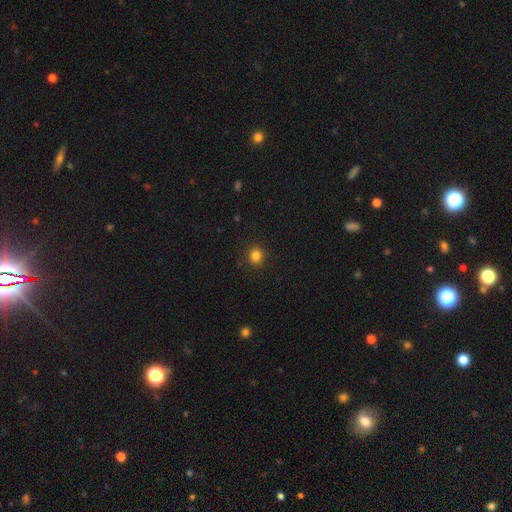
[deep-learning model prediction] Overall: smooth (84%). How rounded: round (83%). Merging: none (91%).